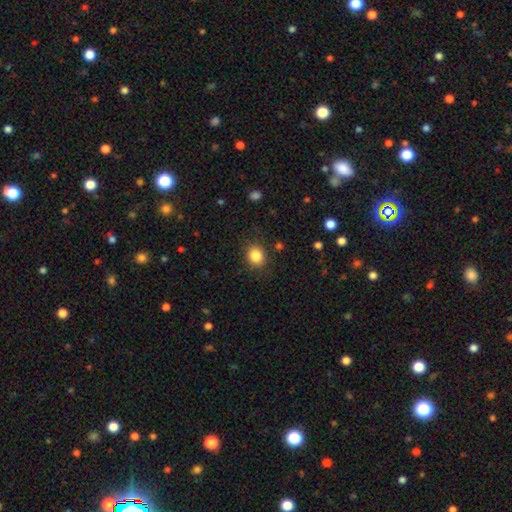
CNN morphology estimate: type=smooth (85%); roundness=round (69%); merging=none (86%).